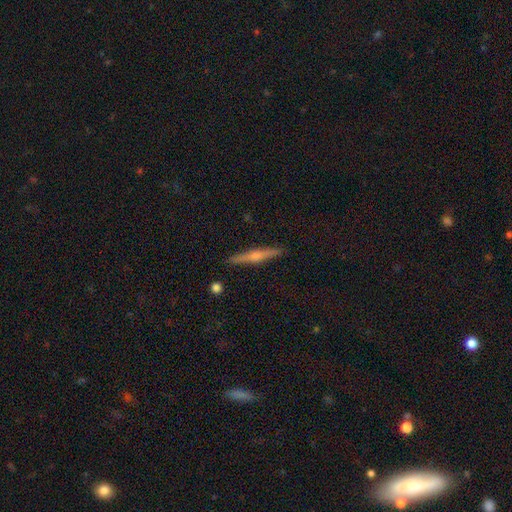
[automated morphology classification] A featured or disk galaxy (69%) viewed edge-on (98%) with a rounded central bulge (87%).

Vote fractions:
- Smooth or featured? featured or disk: 69% / smooth: 25% / star or artifact: 6%
- Edge-on disk? yes: 98% / no: 2%
- Edge-on bulge? rounded: 87% / none: 7% / boxy: 6%
- Merging? none: 91% / minor disturbance: 6% / major disturbance: 1% / merger: 1%